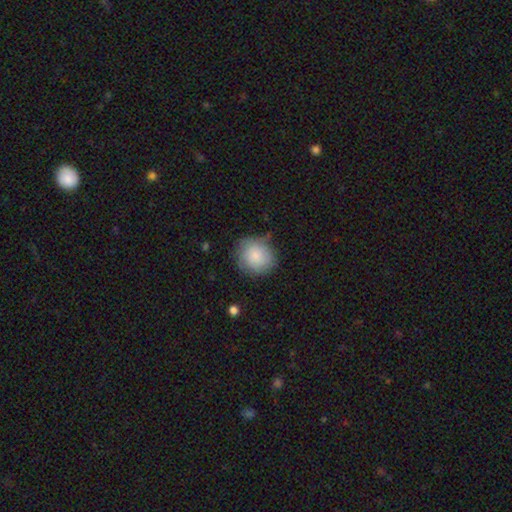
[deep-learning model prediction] This appears to be a smooth galaxy with no disk features (82%) that is round (81%). Merging: none (73%).